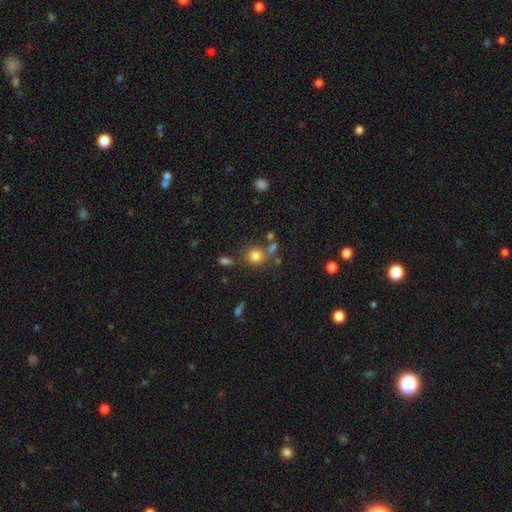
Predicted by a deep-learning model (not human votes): The model was most divided on "merging": none: 68%, merger: 16%, minor disturbance: 11%, major disturbance: 5%. More confident: how rounded — round (86%); smooth or featured — smooth (79%).